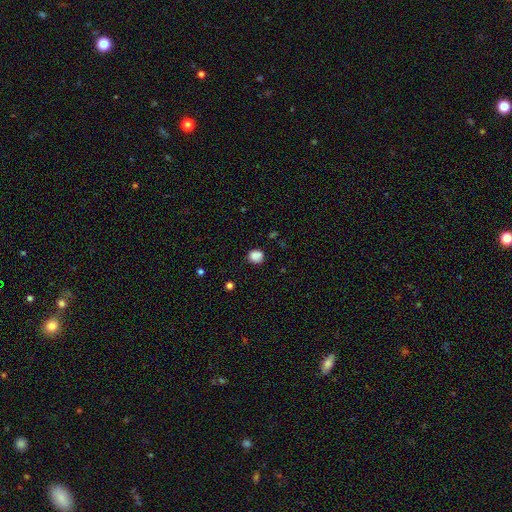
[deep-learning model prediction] A smooth galaxy with no disk features (85%) that is round (82%).

Vote fractions:
- Smooth or featured? smooth: 85% / star or artifact: 10% / featured or disk: 4%
- How rounded? round: 82% / in between: 17% / cigar-shaped: 1%
- Merging? none: 76% / minor disturbance: 17% / major disturbance: 4% / merger: 3%